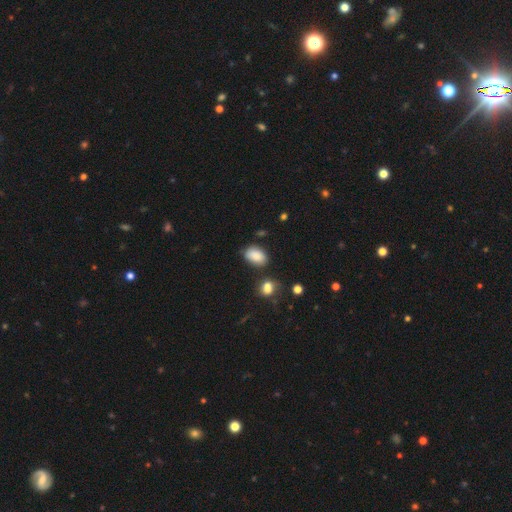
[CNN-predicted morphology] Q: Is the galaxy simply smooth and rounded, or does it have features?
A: smooth — 86%.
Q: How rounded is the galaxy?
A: in between — 88%.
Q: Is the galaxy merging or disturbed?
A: none — 71%.